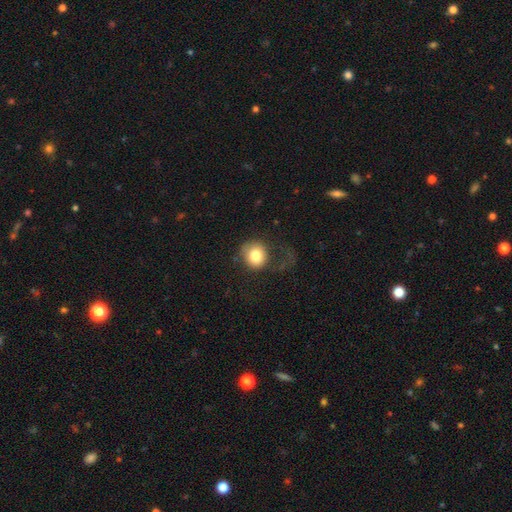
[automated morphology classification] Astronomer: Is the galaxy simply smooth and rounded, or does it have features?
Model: smooth — 79%.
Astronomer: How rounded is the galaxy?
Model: round — 79%.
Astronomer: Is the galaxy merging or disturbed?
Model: none — 50% (runner-up: major disturbance, 30%).